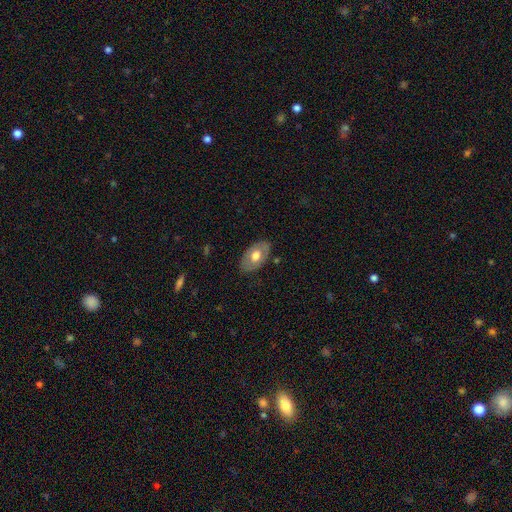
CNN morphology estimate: Smooth or featured: smooth — 57% (featured or disk — 38%)
How rounded: in between — 91% (round — 7%)
Merging: none — 79% (minor disturbance — 16%)